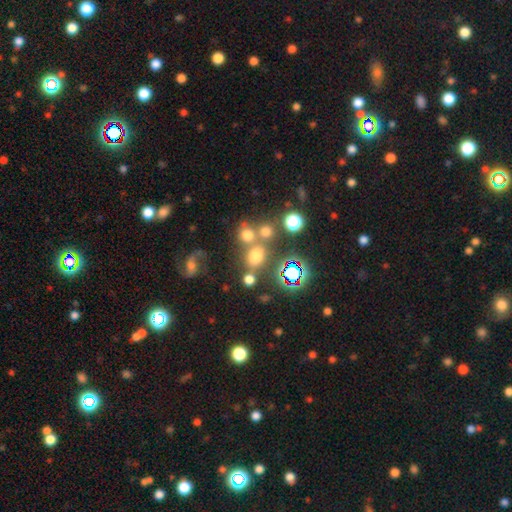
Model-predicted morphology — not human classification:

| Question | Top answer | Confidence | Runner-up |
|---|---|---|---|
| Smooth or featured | smooth | 61% | star or artifact (26%) |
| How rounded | round | 58% | in between (40%) |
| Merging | none | 53% | merger (29%) |